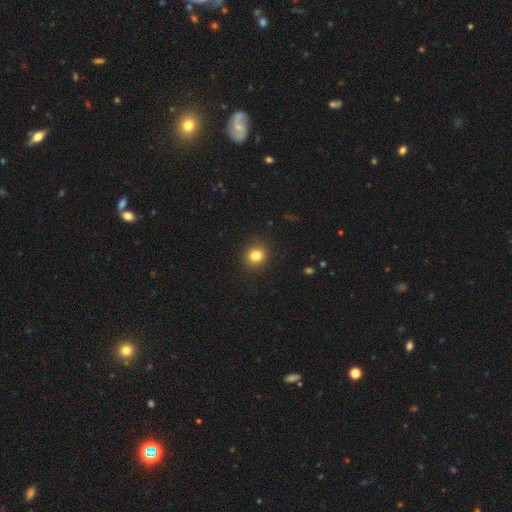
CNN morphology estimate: A smooth galaxy with no disk features (83%) that is round (80%).

Vote fractions:
- Smooth or featured? smooth: 83% / star or artifact: 12% / featured or disk: 6%
- How rounded? round: 80% / in between: 19% / cigar-shaped: 1%
- Merging? none: 90% / minor disturbance: 7% / major disturbance: 2% / merger: 1%